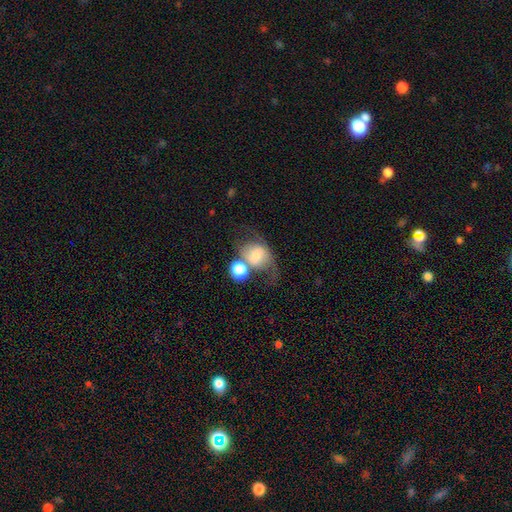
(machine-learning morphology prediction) smooth_or_featured: smooth (p=0.59) [alt: featured or disk p=0.32]
how_rounded: round (p=0.56) [alt: in between p=0.43]
merging: merger (p=0.41) [alt: none p=0.26]